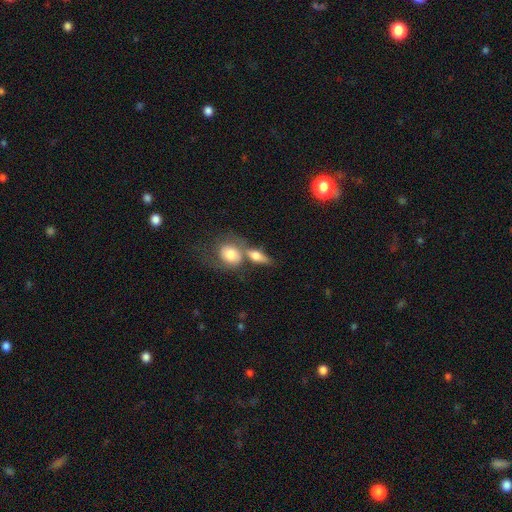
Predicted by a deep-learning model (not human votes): A smooth galaxy with no disk features (63%) that is in between round and cigar-shaped (66%).

Vote fractions:
- Smooth or featured? smooth: 63% / featured or disk: 29% / star or artifact: 8%
- How rounded? in between: 66% / round: 20% / cigar-shaped: 15%
- Merging? merger: 47% / none: 34% / minor disturbance: 12% / major disturbance: 7%